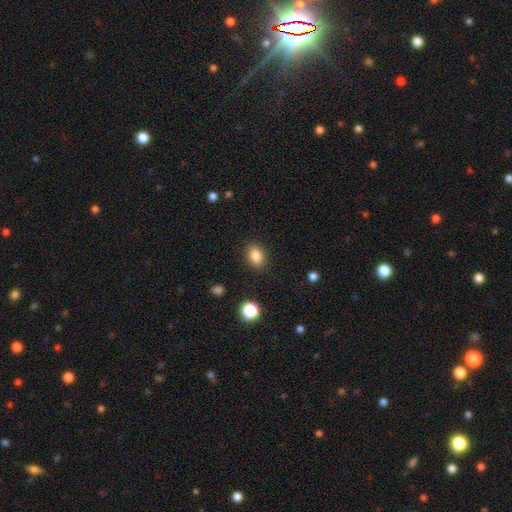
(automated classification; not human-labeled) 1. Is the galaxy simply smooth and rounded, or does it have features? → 85% smooth, 10% star or artifact, 5% featured or disk.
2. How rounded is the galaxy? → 70% in between, 29% round, 1% cigar-shaped.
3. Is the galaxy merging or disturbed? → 86% none, 10% minor disturbance, 3% major disturbance, 1% merger.